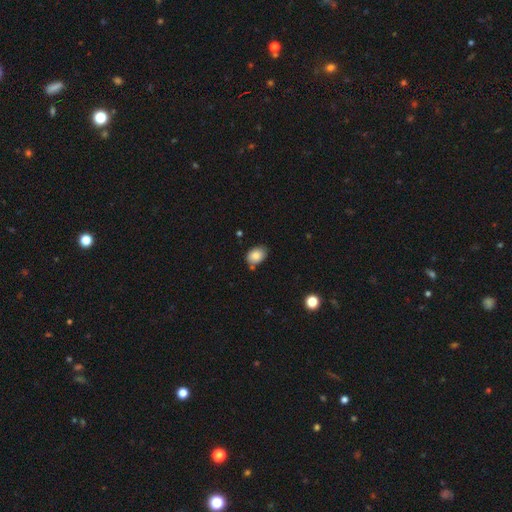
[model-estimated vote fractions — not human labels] This is clearly a smooth galaxy (84%). How rounded: likely in between (77%). Merging: likely none (73%).